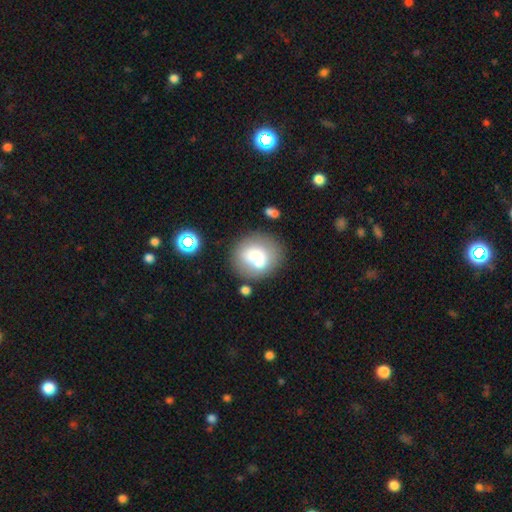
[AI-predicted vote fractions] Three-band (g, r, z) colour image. It shows a smooth galaxy with no disk features (65%) that is round (80%). Merging: none (57%).